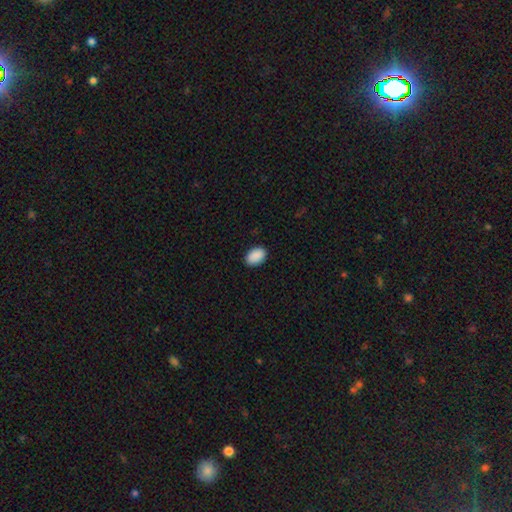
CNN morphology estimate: type=smooth (91%); roundness=in between (86%); merging=none (89%).